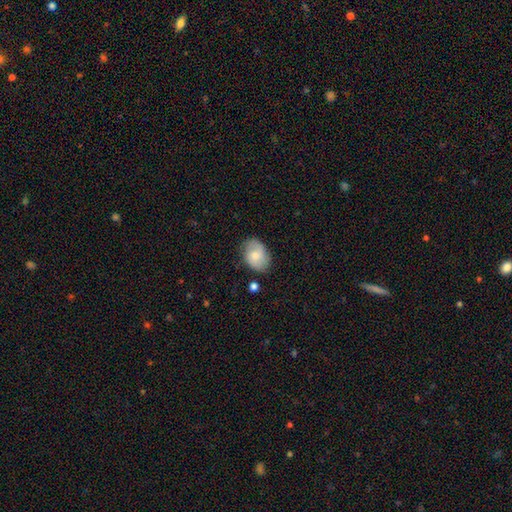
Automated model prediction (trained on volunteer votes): Overall: smooth (67%). How rounded: in between (74%). Merging: none (72%).